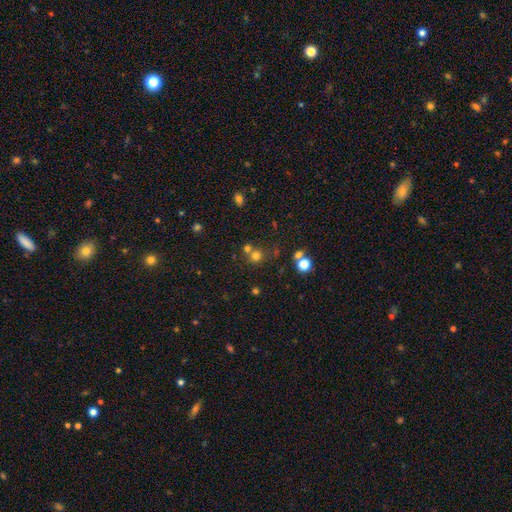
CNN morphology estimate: This is likely a smooth galaxy (69%). How rounded: clearly round (89%). Merging: possibly none (58%).